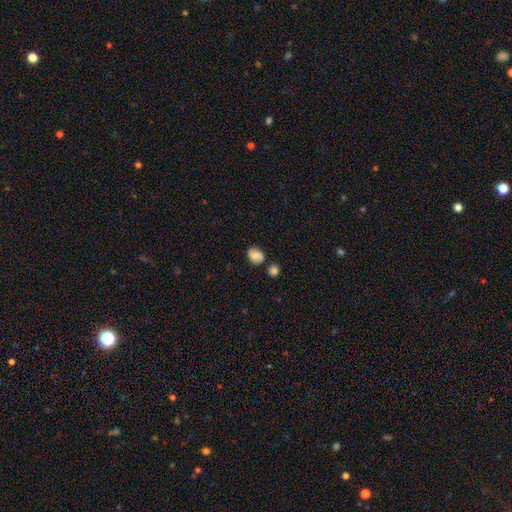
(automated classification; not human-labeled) Smooth or featured?
  - smooth: 80% *
  - featured or disk: 10%
  - star or artifact: 10%
How rounded?
  - in between: 65% *
  - round: 33%
  - cigar-shaped: 1%
Merging?
  - none: 67% *
  - minor disturbance: 18%
  - merger: 11%
  - major disturbance: 5%